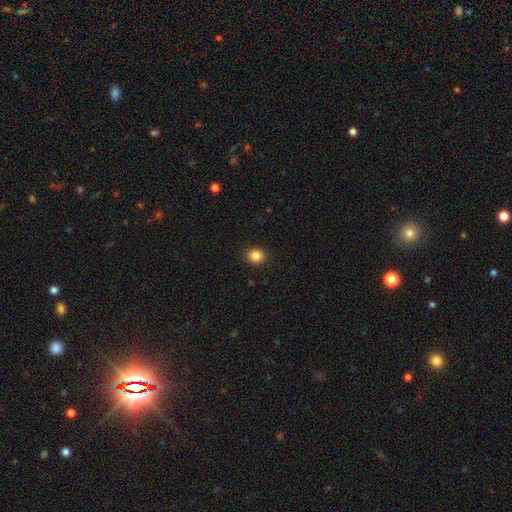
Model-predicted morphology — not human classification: A smooth galaxy with no disk features (85%) that is round (74%).

Vote fractions:
- Smooth or featured? smooth: 85% / star or artifact: 10% / featured or disk: 5%
- How rounded? round: 74% / in between: 25% / cigar-shaped: 1%
- Merging? none: 91% / minor disturbance: 6% / major disturbance: 2% / merger: 1%